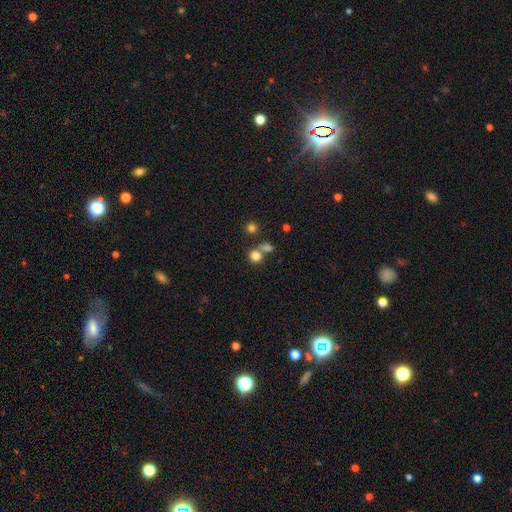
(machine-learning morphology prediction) Overall: smooth (78%). How rounded: round (82%). Merging: none (54%; merger 34%).